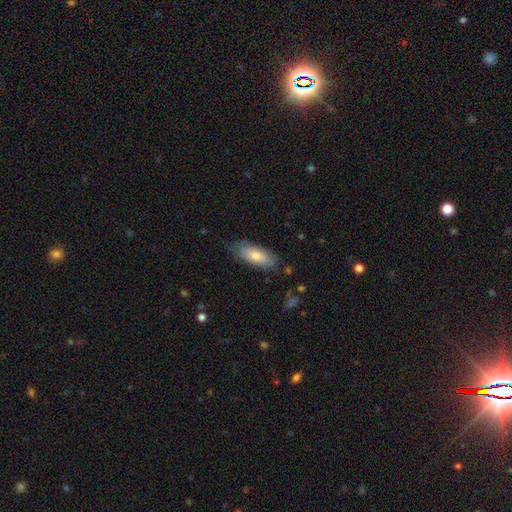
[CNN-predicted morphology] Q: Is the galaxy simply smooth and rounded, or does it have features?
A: smooth — 75%.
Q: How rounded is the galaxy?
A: in between — 77%.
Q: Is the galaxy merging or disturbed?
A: none — 72%.